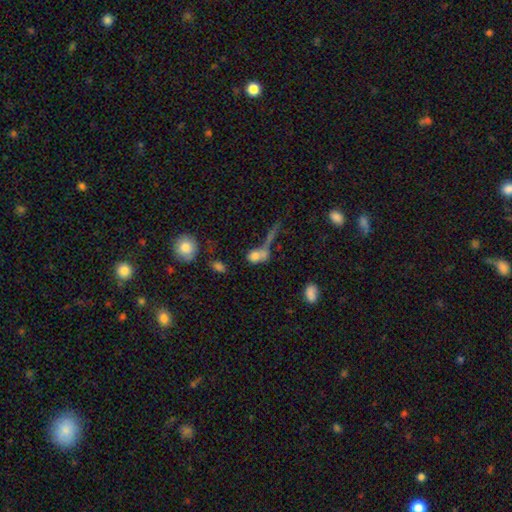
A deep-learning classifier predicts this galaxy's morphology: type=smooth (68%); roundness=in between (61%); merging=merger (42%).